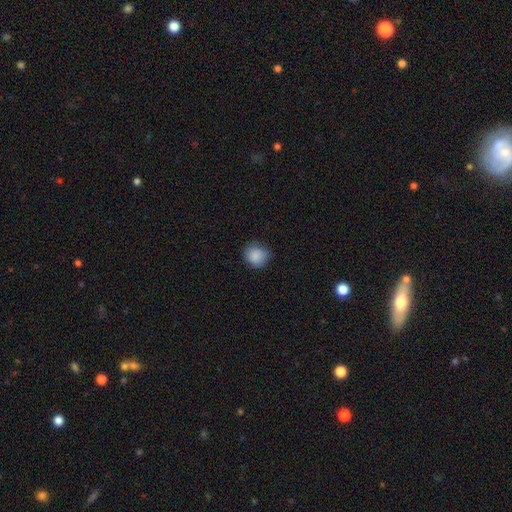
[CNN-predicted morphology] Smooth or featured: smooth — 88% (star or artifact — 8%)
How rounded: round — 84% (in between — 15%)
Merging: none — 80% (minor disturbance — 16%)